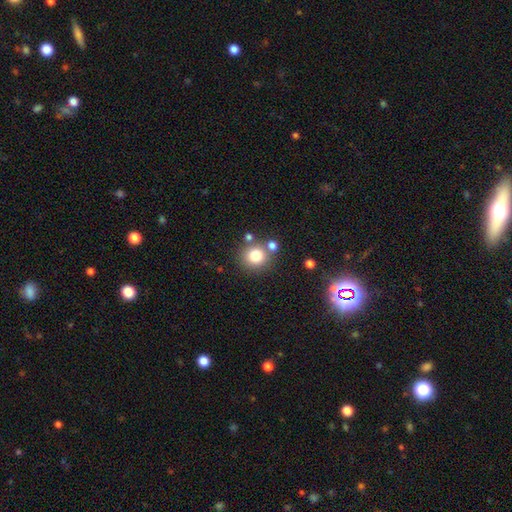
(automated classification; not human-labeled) smooth_or_featured: smooth (p=0.80) [alt: star or artifact p=0.12]
how_rounded: round (p=0.89) [alt: in between p=0.10]
merging: none (p=0.72) [alt: merger p=0.14]